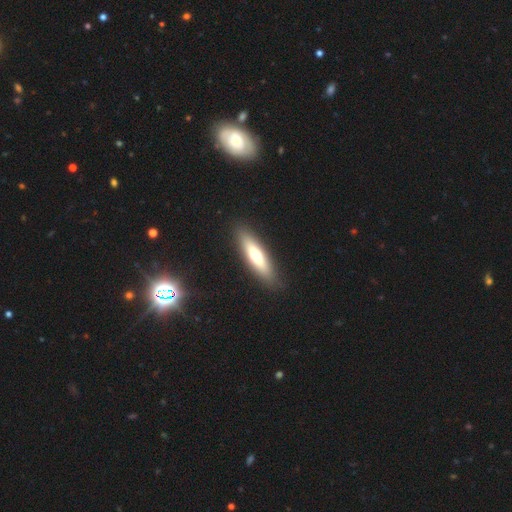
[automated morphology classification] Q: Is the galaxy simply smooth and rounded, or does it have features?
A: smooth — 60%.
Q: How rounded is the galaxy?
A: cigar-shaped — 65%.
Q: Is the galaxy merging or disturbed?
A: none — 88%.